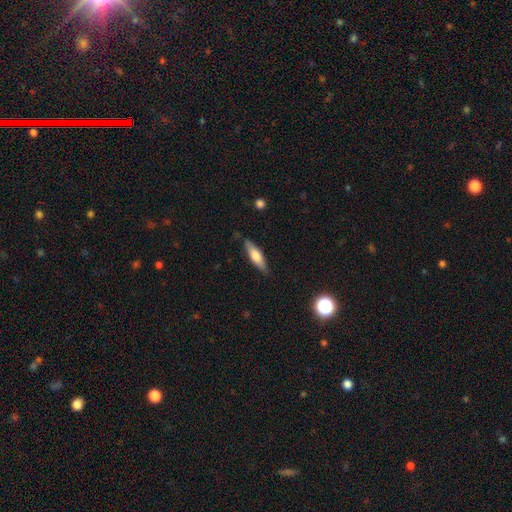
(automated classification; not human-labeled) Smooth or featured? Predicted: smooth (p=0.60). How rounded? Predicted: cigar-shaped (p=0.61). Merging? Predicted: none (p=0.83).